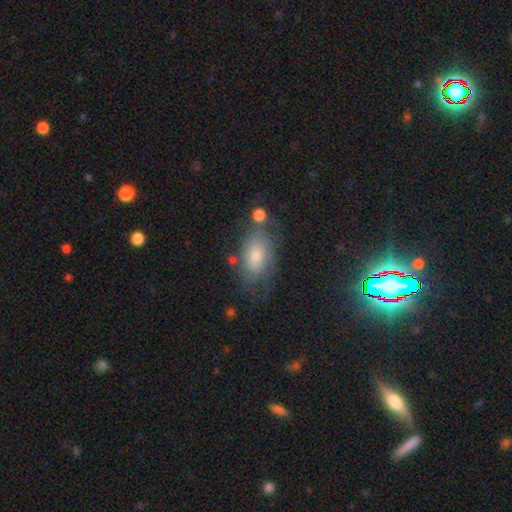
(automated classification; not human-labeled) Q: Smooth or featured?
A: smooth (53%); runner-up: featured or disk (33%)
Q: How rounded?
A: in between (88%); runner-up: round (8%)
Q: Merging?
A: none (60%); runner-up: minor disturbance (23%)